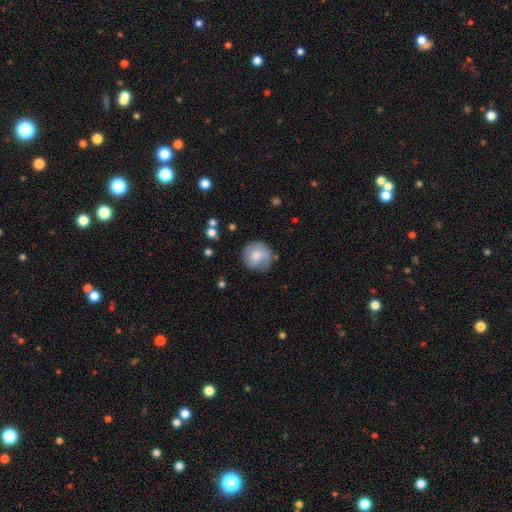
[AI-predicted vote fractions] Smooth or featured?
  - smooth: 72% *
  - featured or disk: 21%
  - star or artifact: 7%
How rounded?
  - round: 93% *
  - in between: 6%
  - cigar-shaped: 1%
Merging?
  - none: 77% *
  - minor disturbance: 16%
  - major disturbance: 4%
  - merger: 2%